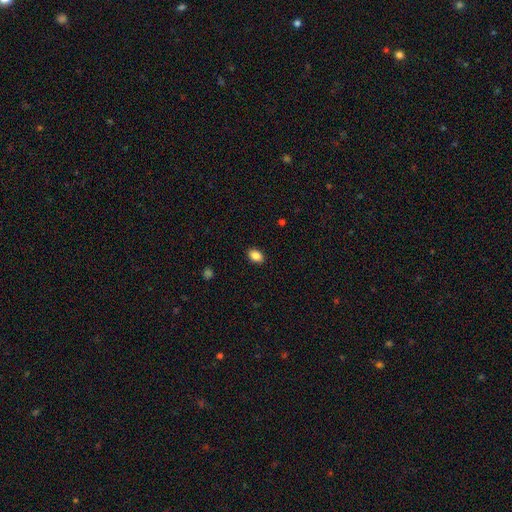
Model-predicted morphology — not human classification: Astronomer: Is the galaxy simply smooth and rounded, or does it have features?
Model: smooth — 86%.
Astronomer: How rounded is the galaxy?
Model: in between — 82%.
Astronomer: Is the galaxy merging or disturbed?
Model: none — 89%.